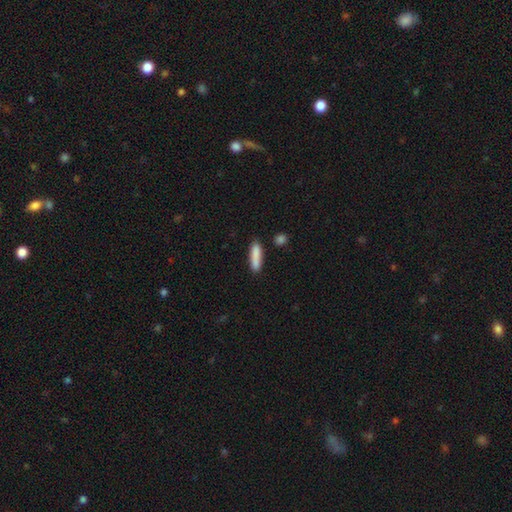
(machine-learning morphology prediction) Overall: smooth (86%). How rounded: cigar-shaped (77%). Merging: none (80%).